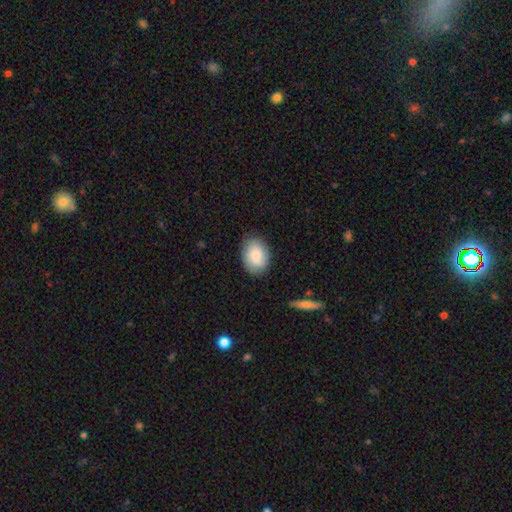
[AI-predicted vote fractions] smooth_or_featured: smooth (p=0.77) [alt: featured or disk p=0.16]
how_rounded: in between (p=0.75) [alt: round p=0.24]
merging: none (p=0.82) [alt: minor disturbance p=0.13]